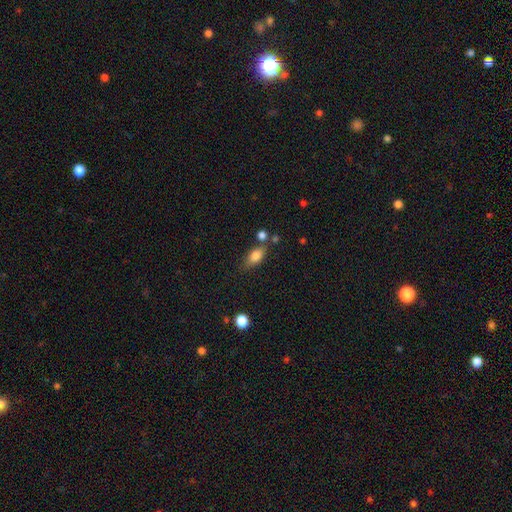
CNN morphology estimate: Smooth or featured: smooth — 79% (featured or disk — 13%)
How rounded: in between — 82% (cigar-shaped — 11%)
Merging: none — 63% (minor disturbance — 18%)